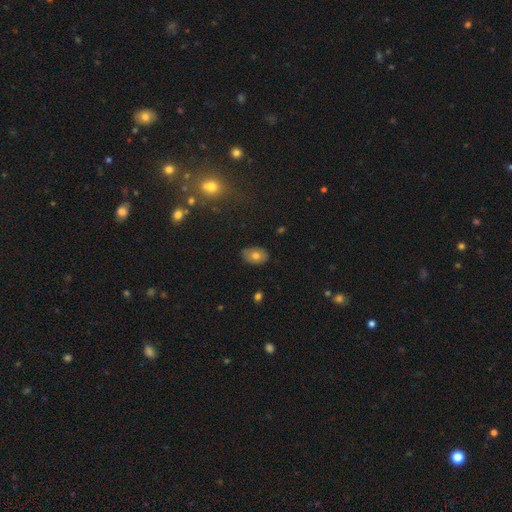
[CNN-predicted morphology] A smooth galaxy with no disk features (69%) that is in between round and cigar-shaped (81%). Merging: none (80%).